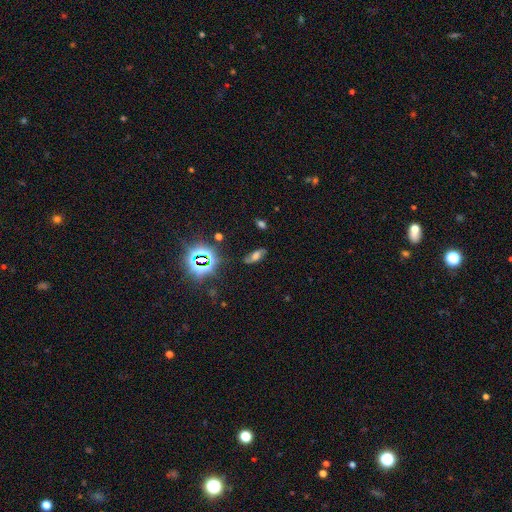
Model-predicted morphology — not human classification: smooth 39%, featured or disk 33%, star or artifact 29%. Down the decision tree: merging — none (68%).